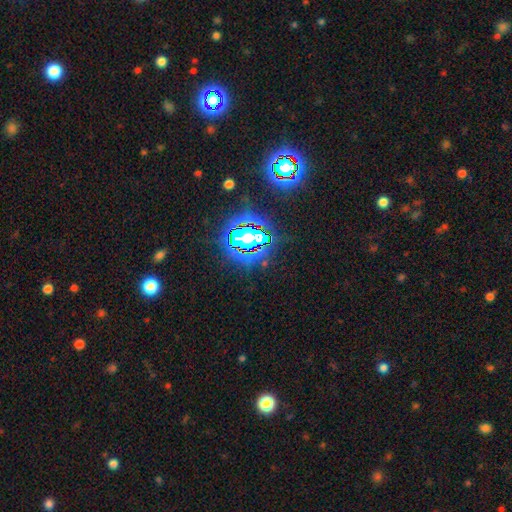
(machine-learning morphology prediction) The model was most divided on "smooth or featured": star or artifact: 83%, smooth: 10%, featured or disk: 7%.